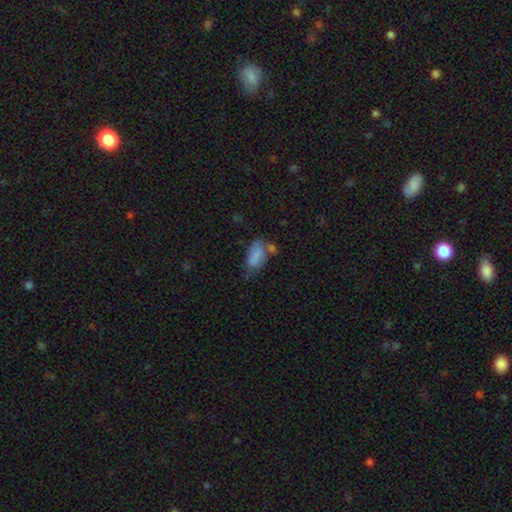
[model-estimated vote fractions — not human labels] Smooth or featured? smooth (72%)
How rounded? in between (90%)
Merging? none (30%)